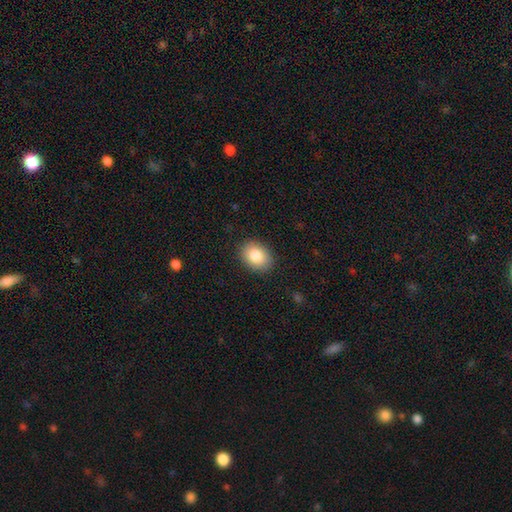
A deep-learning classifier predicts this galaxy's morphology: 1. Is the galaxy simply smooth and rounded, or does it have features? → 85% smooth, 8% star or artifact, 8% featured or disk.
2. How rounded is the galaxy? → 65% in between, 34% round, 1% cigar-shaped.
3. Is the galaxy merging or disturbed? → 89% none, 8% minor disturbance, 2% major disturbance, 1% merger.